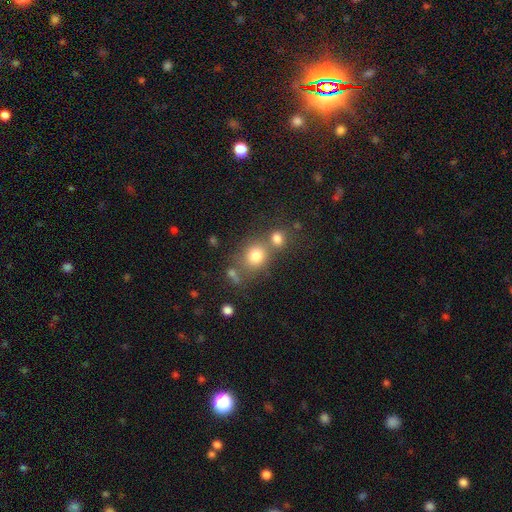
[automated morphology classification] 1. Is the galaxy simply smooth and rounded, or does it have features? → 77% smooth, 13% star or artifact, 10% featured or disk.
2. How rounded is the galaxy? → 75% round, 24% in between, 1% cigar-shaped.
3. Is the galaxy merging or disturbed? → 52% none, 33% merger, 11% minor disturbance, 5% major disturbance.